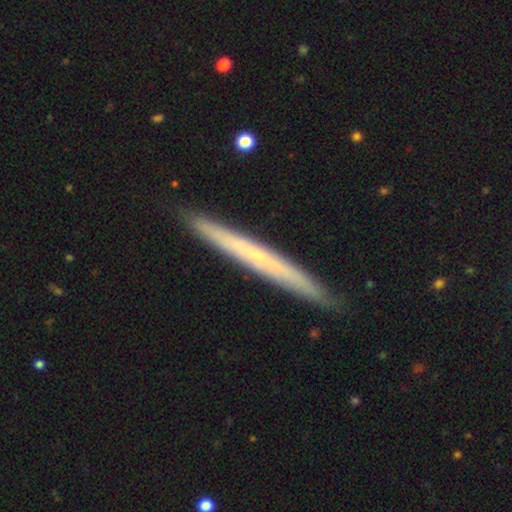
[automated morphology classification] This appears to be a featured or disk galaxy (56%) viewed edge-on (95%) with no central bulge (74%). Merging: none (91%).